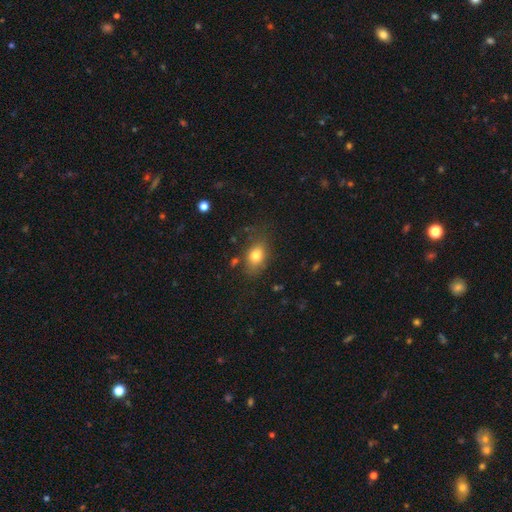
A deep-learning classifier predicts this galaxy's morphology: Q: Smooth or featured?
A: smooth (78%); runner-up: featured or disk (11%)
Q: How rounded?
A: in between (78%); runner-up: round (20%)
Q: Merging?
A: none (72%); runner-up: minor disturbance (19%)